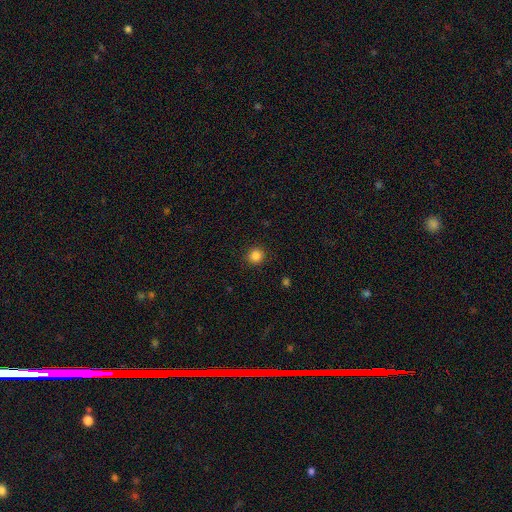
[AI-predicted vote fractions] The model was most divided on "smooth or featured": smooth: 85%, star or artifact: 11%, featured or disk: 3%. More confident: how rounded — round (91%); merging — none (91%).